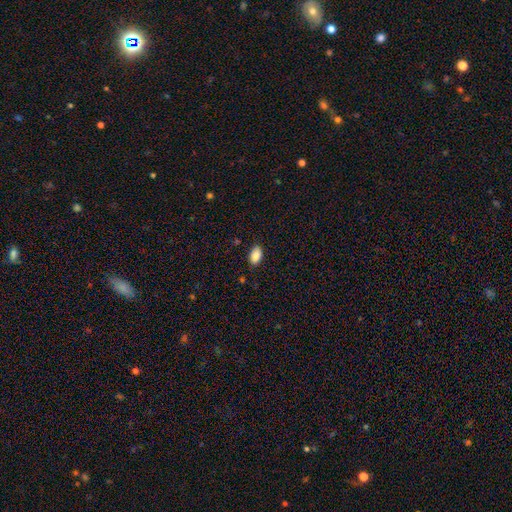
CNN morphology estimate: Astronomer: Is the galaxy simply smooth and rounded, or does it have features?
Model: smooth — 88%.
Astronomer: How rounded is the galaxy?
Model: in between — 93%.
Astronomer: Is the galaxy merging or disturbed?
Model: none — 84%.